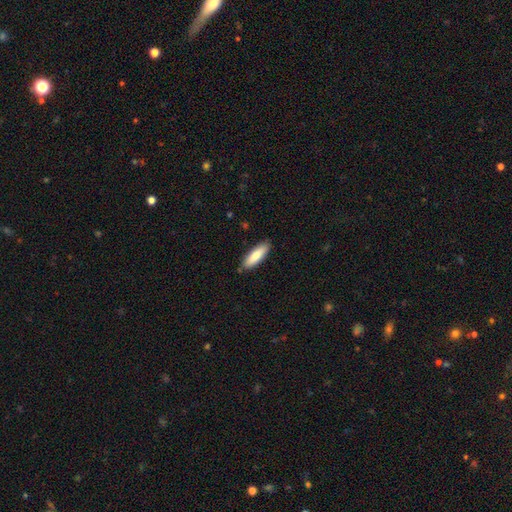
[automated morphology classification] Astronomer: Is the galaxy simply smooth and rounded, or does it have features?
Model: smooth — 81%.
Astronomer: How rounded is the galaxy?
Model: in between — 51% (runner-up: cigar-shaped, 48%).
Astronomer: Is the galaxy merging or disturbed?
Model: none — 86%.